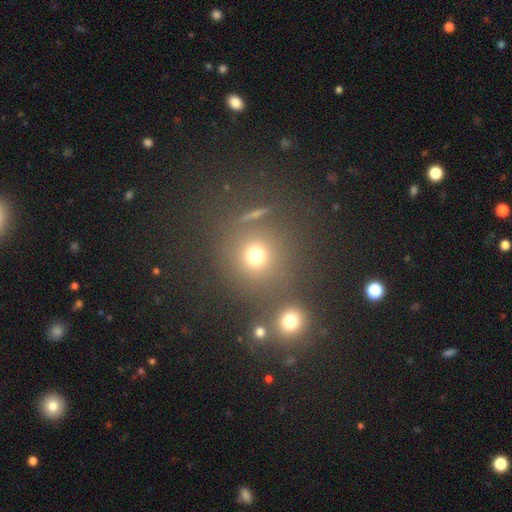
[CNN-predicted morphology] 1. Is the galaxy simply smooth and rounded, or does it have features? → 70% smooth, 21% star or artifact, 9% featured or disk.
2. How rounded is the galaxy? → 90% round, 8% in between, 1% cigar-shaped.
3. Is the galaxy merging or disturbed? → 75% none, 12% merger, 8% minor disturbance, 5% major disturbance.